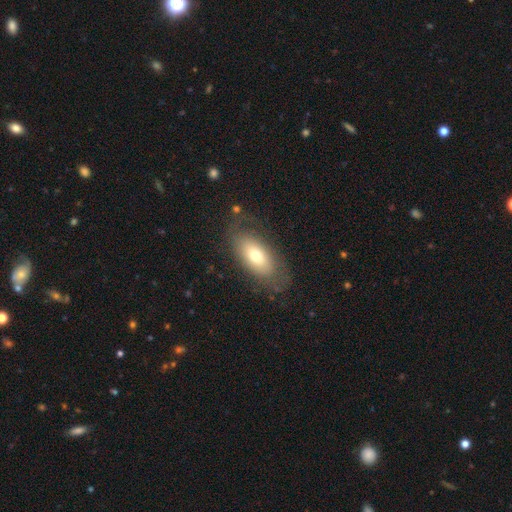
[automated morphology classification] Smooth or featured? smooth (61%)
How rounded? in between (90%)
Merging? none (71%)